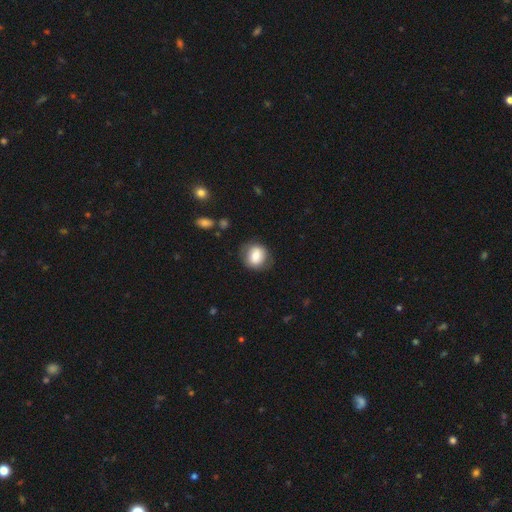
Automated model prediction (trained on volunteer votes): Morphology: type=smooth (75%); roundness=round (74%); merging=none (79%).